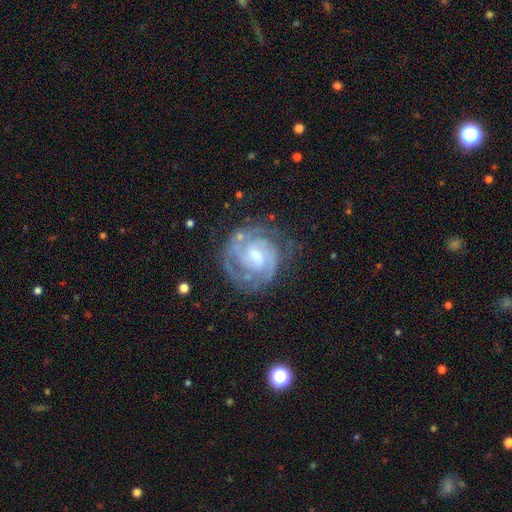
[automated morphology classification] A featured or disk galaxy (88%) with a weak bar (51%), 2 (42%) tight (68%) spiral arms (97%) and a small central bulge (46%).

Vote fractions:
- Smooth or featured? featured or disk: 88% / smooth: 6% / star or artifact: 5%
- Edge-on disk? no: 98% / yes: 2%
- Bar? weak: 51% / no: 34% / strong: 15%
- Spiral arms? yes: 97% / no: 3%
- Spiral winding? tight: 68% / medium: 28% / loose: 4%
- Spiral arm count? 2: 42% / 3: 24% / can't tell: 19% / 4: 6% / 1: 4% / more than 4: 4%
- Bulge size? small: 46% / moderate: 39% / none: 9% / large: 5% / dominant: 1%
- Merging? none: 73% / minor disturbance: 17% / major disturbance: 8% / merger: 2%